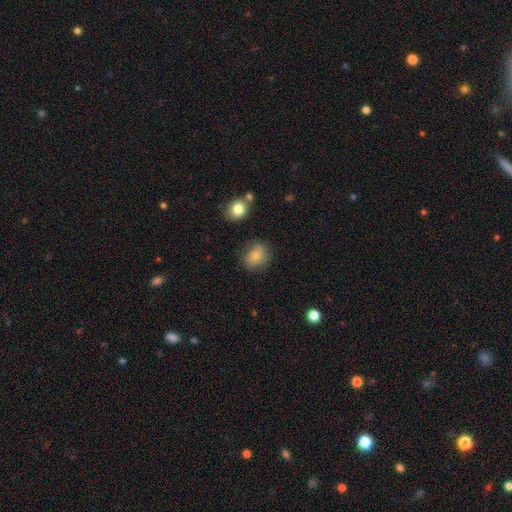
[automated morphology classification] This is likely a smooth galaxy (76%). How rounded: likely round (70%). Merging: likely none (75%).